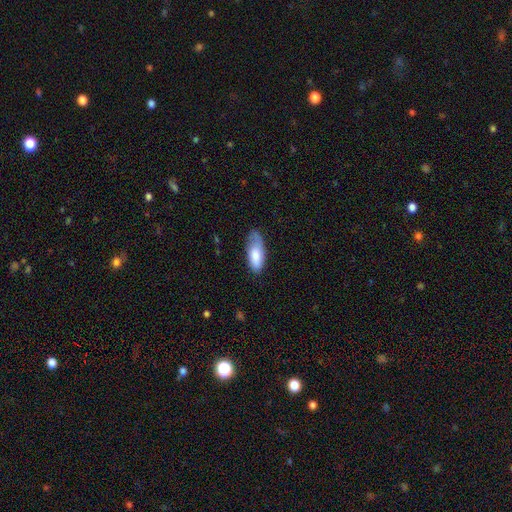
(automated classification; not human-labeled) Smooth or featured?
  - smooth: 78% *
  - featured or disk: 16%
  - star or artifact: 6%
How rounded?
  - in between: 81% *
  - cigar-shaped: 17%
  - round: 2%
Merging?
  - none: 49% *
  - minor disturbance: 37%
  - major disturbance: 12%
  - merger: 2%